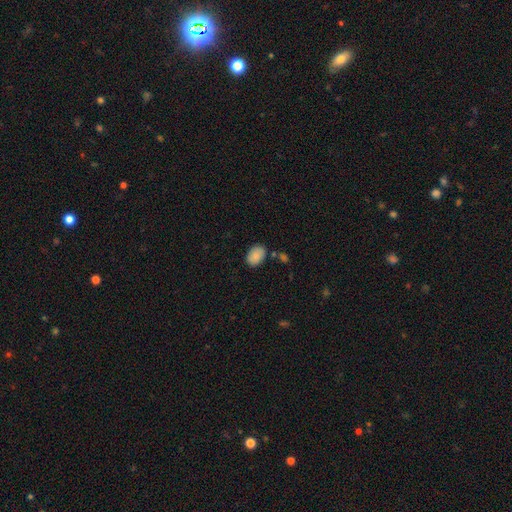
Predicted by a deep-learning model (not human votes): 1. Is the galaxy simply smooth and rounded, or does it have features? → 86% smooth, 7% star or artifact, 7% featured or disk.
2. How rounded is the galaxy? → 82% in between, 17% round, 1% cigar-shaped.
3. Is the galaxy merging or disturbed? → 77% none, 15% minor disturbance, 5% merger, 3% major disturbance.